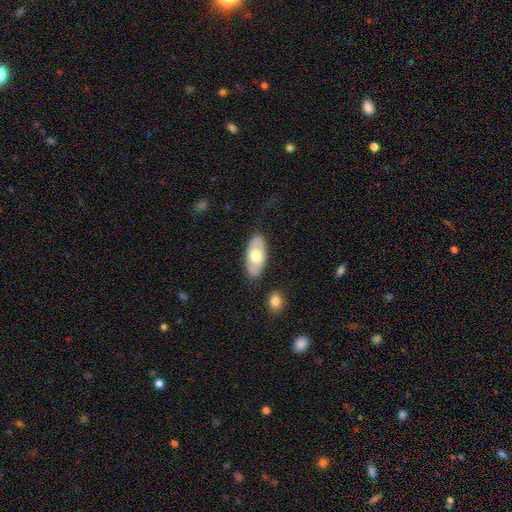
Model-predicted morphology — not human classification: A smooth galaxy with no disk features (55%) that is in between round and cigar-shaped (92%). Merging: none (82%).